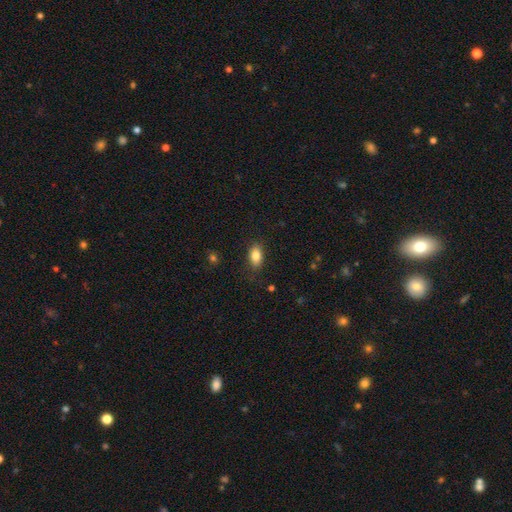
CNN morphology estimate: smooth 84%, star or artifact 8%, featured or disk 8%. Down the decision tree: how rounded — in between (89%); merging — none (83%).